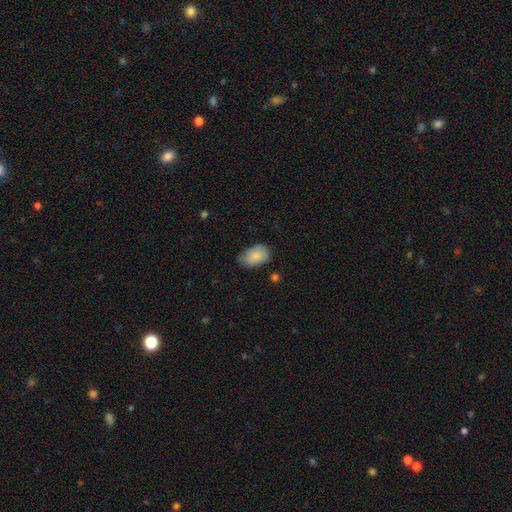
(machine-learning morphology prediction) This appears to be a smooth galaxy with no disk features (84%) that is in between round and cigar-shaped (89%). Merging: none (65%).